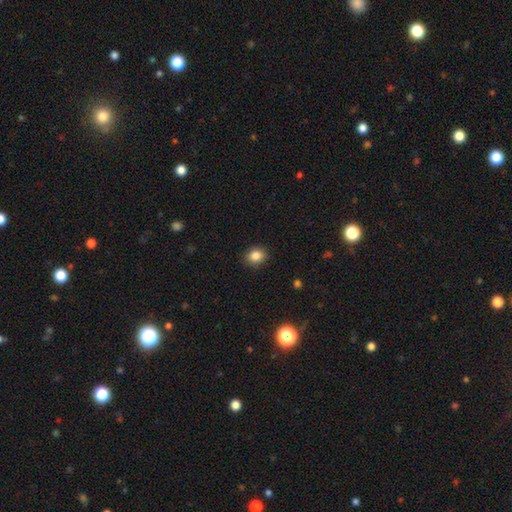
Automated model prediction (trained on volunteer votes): This appears to be a smooth galaxy with no disk features (85%) that is round (64%). Merging: none (88%).